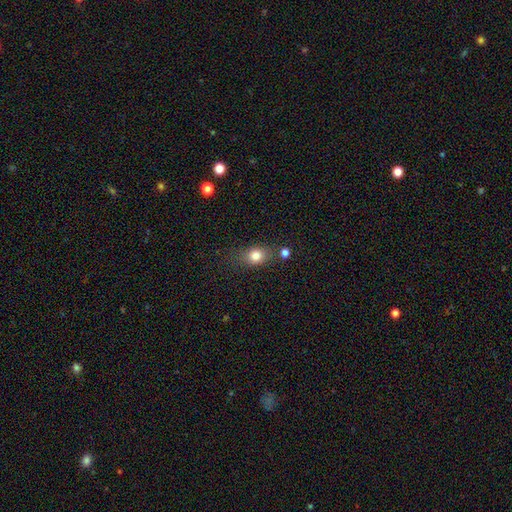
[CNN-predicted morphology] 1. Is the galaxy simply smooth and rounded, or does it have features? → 80% smooth, 11% star or artifact, 9% featured or disk.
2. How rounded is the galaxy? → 51% in between, 47% round, 3% cigar-shaped.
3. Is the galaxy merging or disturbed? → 67% none, 18% minor disturbance, 8% merger, 7% major disturbance.